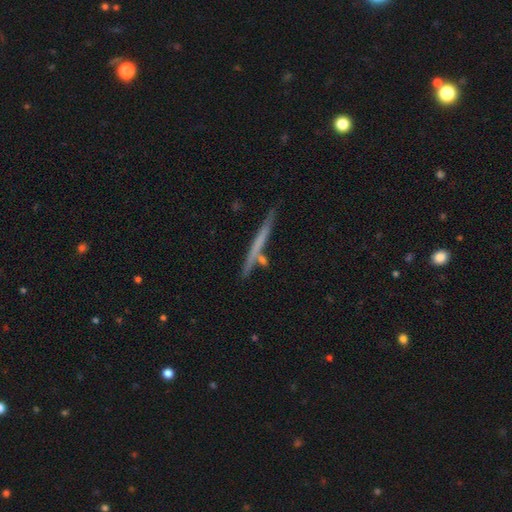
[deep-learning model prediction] Q: Smooth or featured?
A: smooth (49%); runner-up: featured or disk (43%)
Q: Merging?
A: none (69%); runner-up: merger (16%)